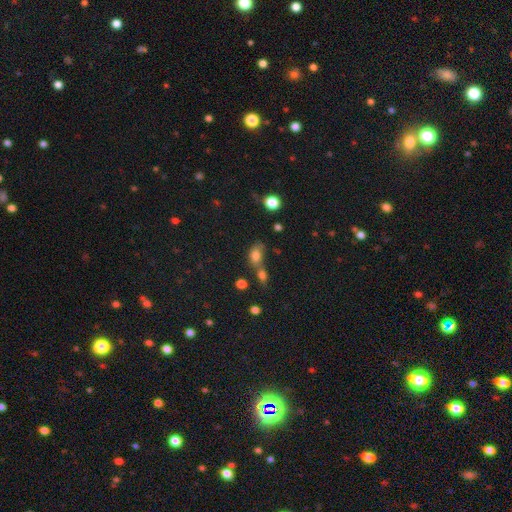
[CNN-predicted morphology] A smooth galaxy with no disk features (76%) that is in between round and cigar-shaped (78%). Merging: merger (41%).